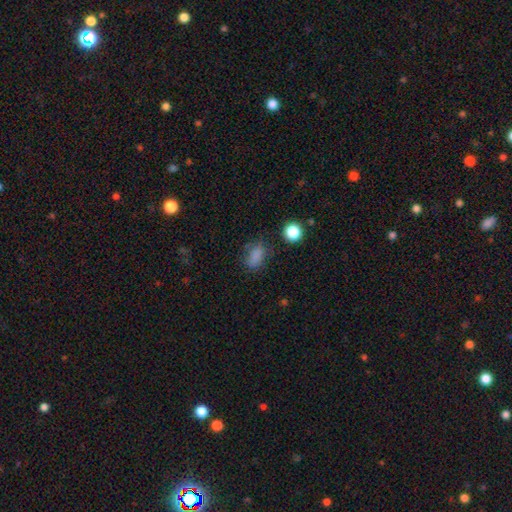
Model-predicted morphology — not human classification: Smooth or featured: smooth — 80% (star or artifact — 14%)
How rounded: in between — 77% (round — 18%)
Merging: none — 69% (minor disturbance — 19%)